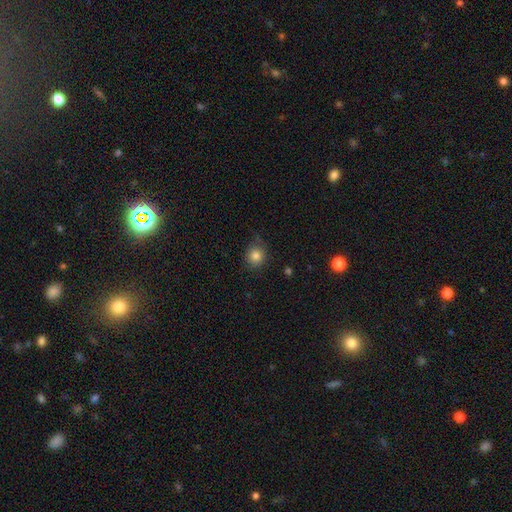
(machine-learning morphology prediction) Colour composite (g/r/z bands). It shows a smooth galaxy with no disk features (82%) that is round (84%). Merging: none (74%).